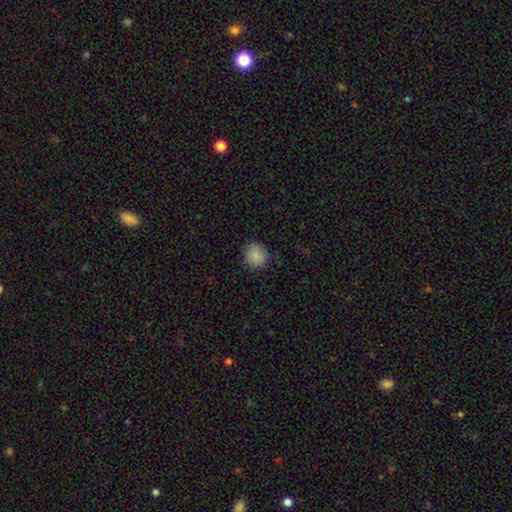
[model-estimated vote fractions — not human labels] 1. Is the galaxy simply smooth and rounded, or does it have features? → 86% smooth, 9% star or artifact, 5% featured or disk.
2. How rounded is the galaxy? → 89% round, 10% in between, 1% cigar-shaped.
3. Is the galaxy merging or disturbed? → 82% none, 14% minor disturbance, 3% major disturbance, 1% merger.